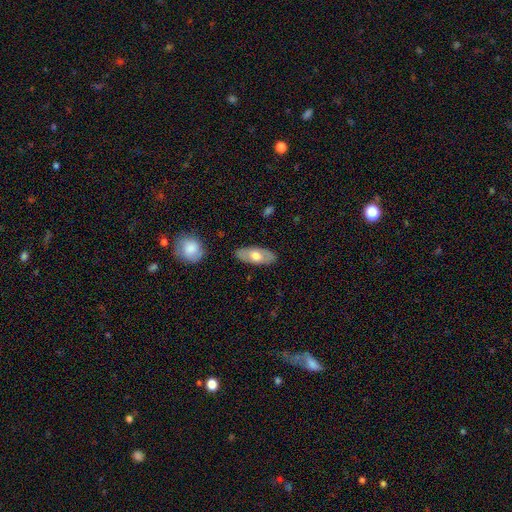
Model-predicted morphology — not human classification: Smooth or featured?
  - smooth: 58% *
  - featured or disk: 37%
  - star or artifact: 5%
How rounded?
  - in between: 85% *
  - cigar-shaped: 12%
  - round: 3%
Merging?
  - none: 85% *
  - minor disturbance: 11%
  - major disturbance: 2%
  - merger: 2%